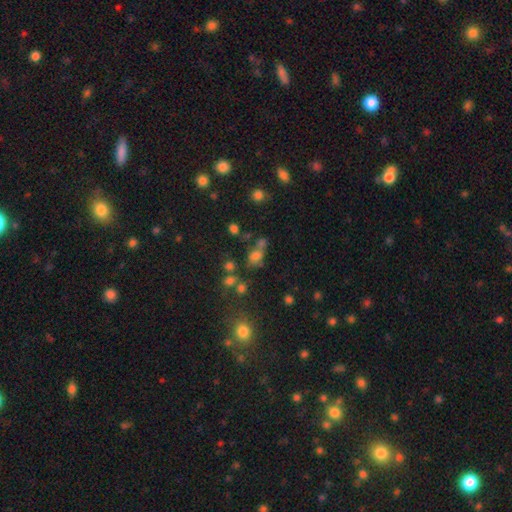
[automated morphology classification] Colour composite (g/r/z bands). It shows a smooth galaxy with no disk features (62%) that is in between round and cigar-shaped (62%). Merging: none (43%).